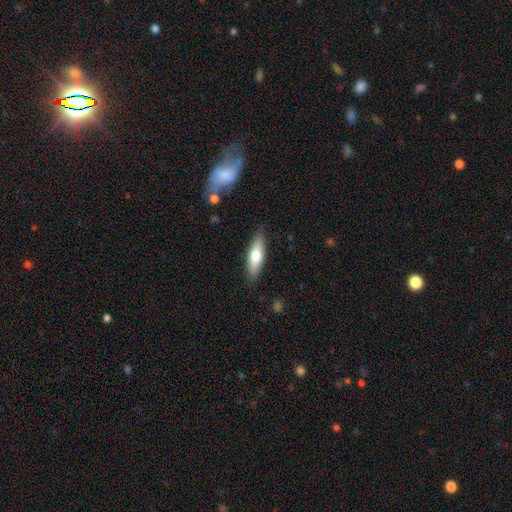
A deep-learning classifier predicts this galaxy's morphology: This is likely a smooth galaxy (66%). How rounded: possibly cigar-shaped (50%). Merging: clearly none (85%).